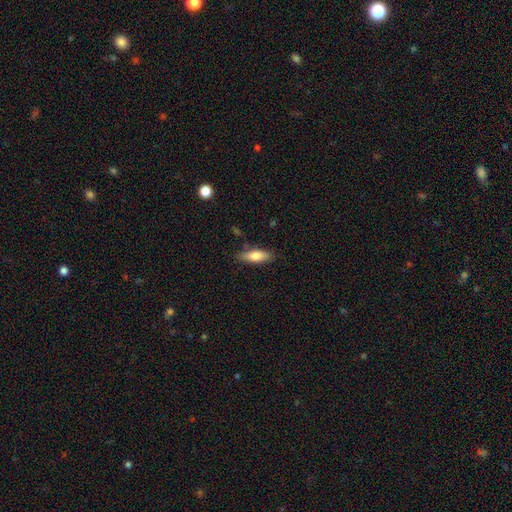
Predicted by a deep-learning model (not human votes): smooth_or_featured: smooth (p=0.76) [alt: featured or disk p=0.18]
how_rounded: in between (p=0.59) [alt: cigar-shaped p=0.38]
merging: none (p=0.80) [alt: minor disturbance p=0.14]